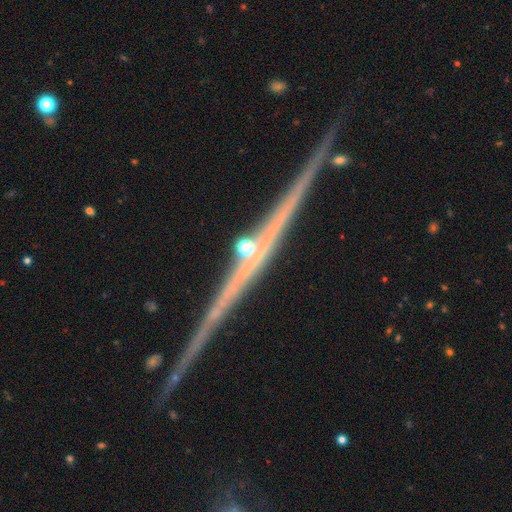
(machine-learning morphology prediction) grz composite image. It shows a featured or disk galaxy (87%) viewed edge-on (98%) with a rounded central bulge (49%). Merging: none (87%).